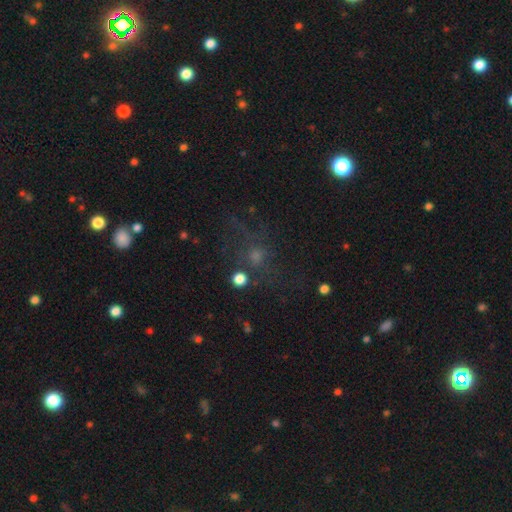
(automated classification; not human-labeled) smooth-or-featured: smooth: 41% | star or artifact: 33% | featured or disk: 26%
  merging: none: 57% | major disturbance: 21% | minor disturbance: 16% | merger: 6%